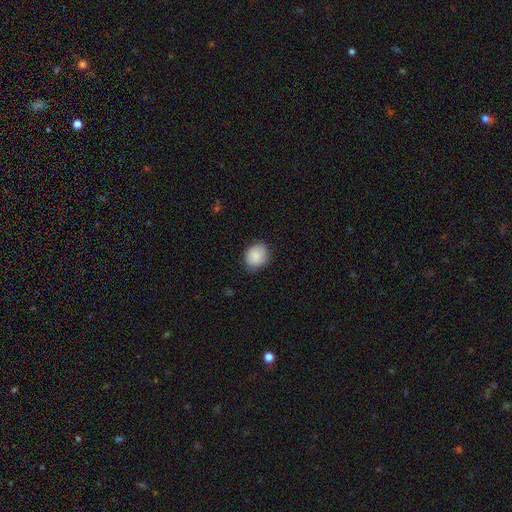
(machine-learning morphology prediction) smooth 89%, star or artifact 7%, featured or disk 5%. Down the decision tree: how rounded — round (64%); merging — none (80%).